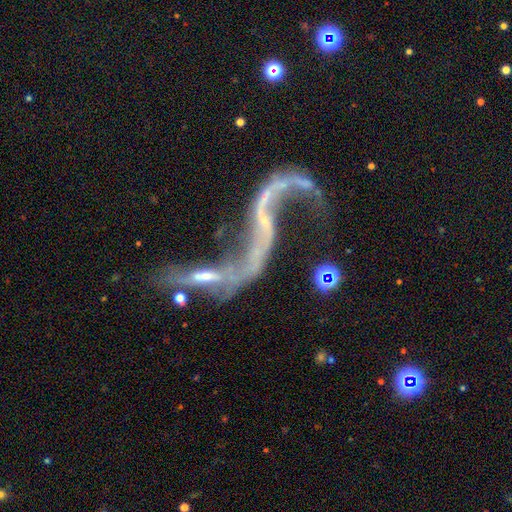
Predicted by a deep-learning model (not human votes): The model was most divided on "bulge size": small: 47%, none: 44%, moderate: 6%, large: 1%, dominant: 1%. Remaining: spiral winding — loose (93%); edge-on disk — no (92%); spiral arm count — 2 (85%); smooth or featured — featured or disk (84%); spiral arms — yes (79%); bar — no (46%); merging — merger (37%).